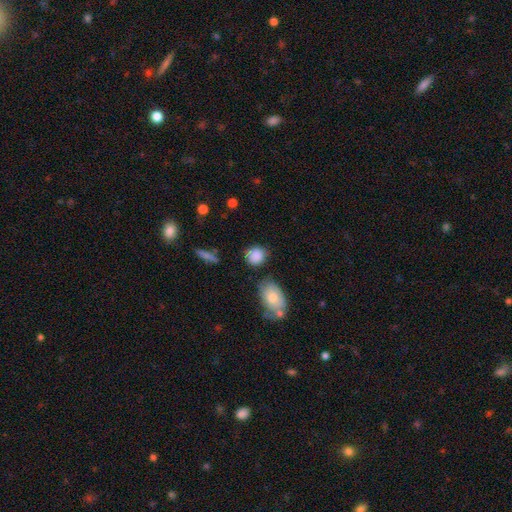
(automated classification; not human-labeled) Smooth or featured?
  - smooth: 85% *
  - star or artifact: 8%
  - featured or disk: 7%
How rounded?
  - round: 73% *
  - in between: 25%
  - cigar-shaped: 2%
Merging?
  - none: 70% *
  - minor disturbance: 19%
  - merger: 6%
  - major disturbance: 6%